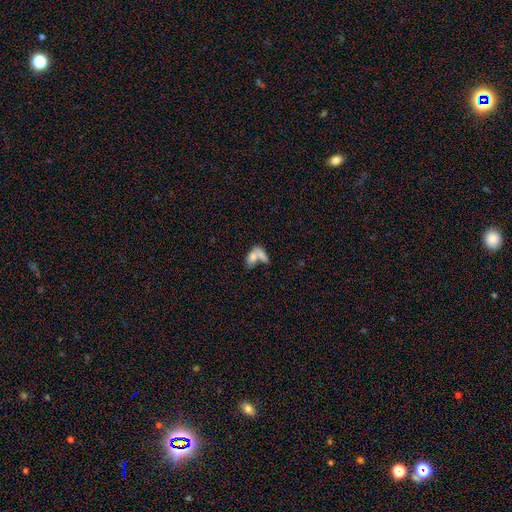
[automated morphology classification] type=smooth (72%); roundness=in between (81%); merging=merger (63%).